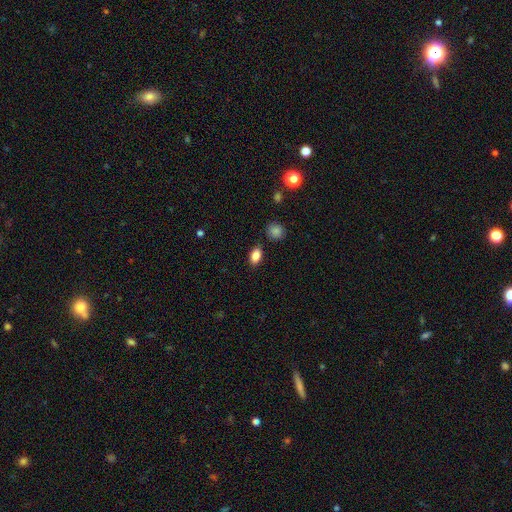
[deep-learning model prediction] Smooth or featured?
  - smooth: 87% *
  - star or artifact: 9%
  - featured or disk: 5%
How rounded?
  - in between: 87% *
  - round: 10%
  - cigar-shaped: 3%
Merging?
  - none: 85% *
  - minor disturbance: 9%
  - merger: 3%
  - major disturbance: 2%